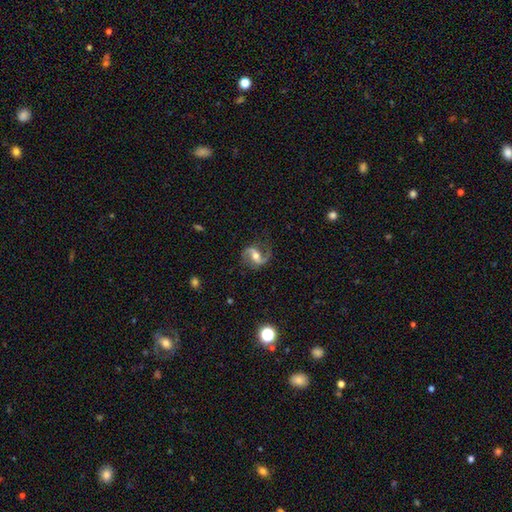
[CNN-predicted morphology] Smooth or featured? featured or disk (88%)
Edge-on disk? no (98%)
Bar? weak (40%)
Spiral arms? yes (97%)
Spiral winding? loose (58%)
Spiral arm count? 2 (92%)
Bulge size? moderate (68%)
Merging? none (80%)